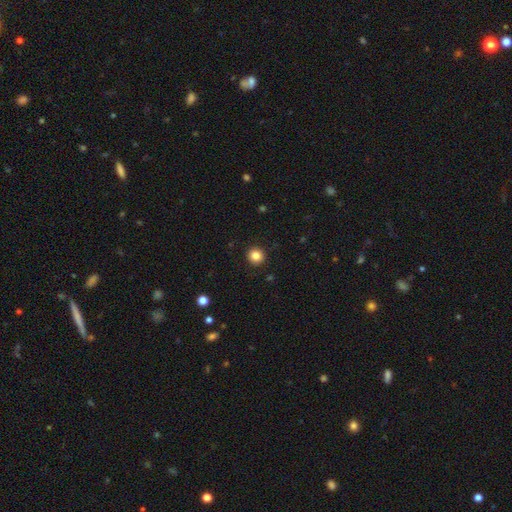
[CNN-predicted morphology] Q: Smooth or featured?
A: smooth (85%); runner-up: star or artifact (11%)
Q: How rounded?
A: round (94%); runner-up: in between (5%)
Q: Merging?
A: none (93%); runner-up: minor disturbance (5%)